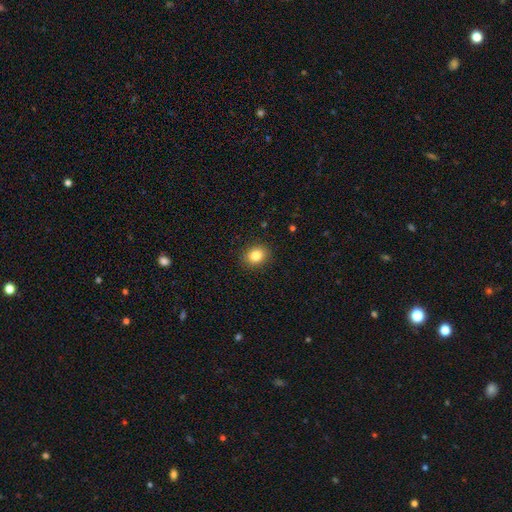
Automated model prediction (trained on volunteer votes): smooth 84%, star or artifact 10%, featured or disk 6%. Down the decision tree: how rounded — round (53%); merging — none (89%).